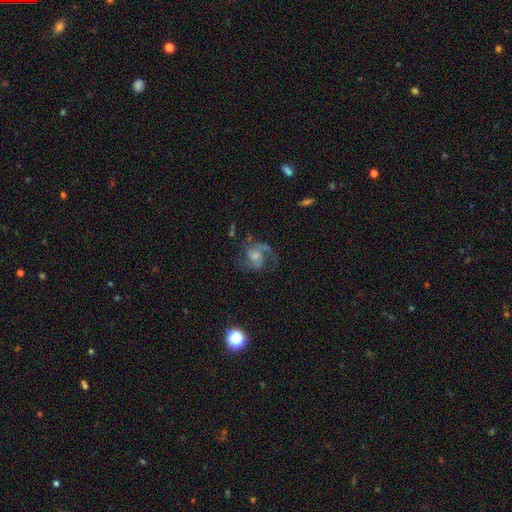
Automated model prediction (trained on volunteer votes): featured or disk 79%, smooth 13%, star or artifact 8%. Down the decision tree: edge-on disk — no (98%); bar — no (66%); spiral arms — yes (93%); spiral arm count — 2 (68%); spiral winding — medium (52%); bulge size — small (48%); merging — none (56%).